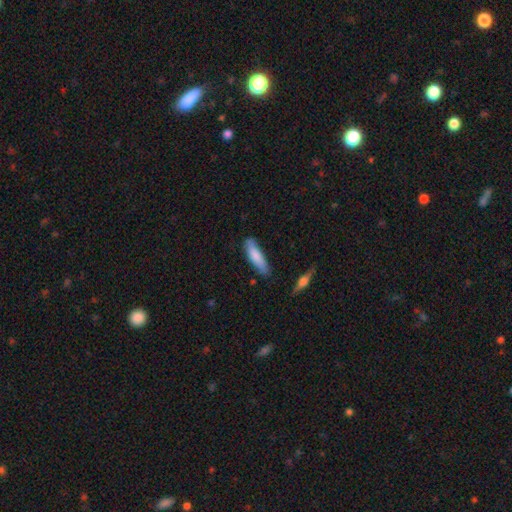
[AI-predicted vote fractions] The model was most divided on "how rounded": cigar-shaped: 64%, in between: 35%, round: 1%. More confident: smooth or featured — smooth (80%); merging — none (75%).